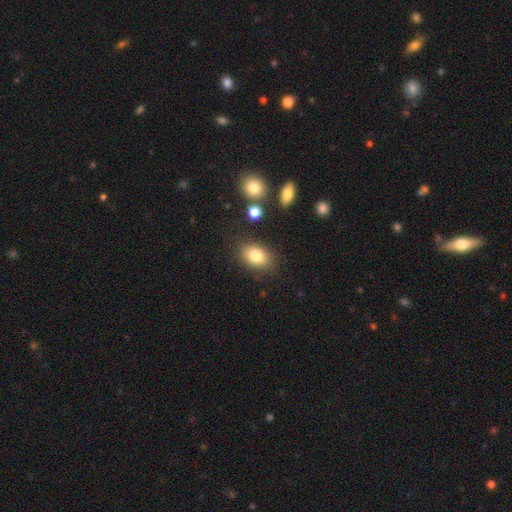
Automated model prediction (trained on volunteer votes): This appears to be a smooth galaxy with no disk features (83%) that is in between round and cigar-shaped (76%). Merging: none (81%).